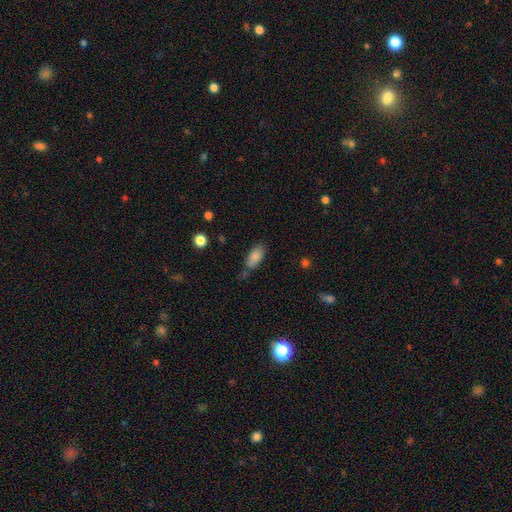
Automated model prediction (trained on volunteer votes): Overall: smooth (83%). How rounded: in between (88%). Merging: none (54%; minor disturbance 27%).